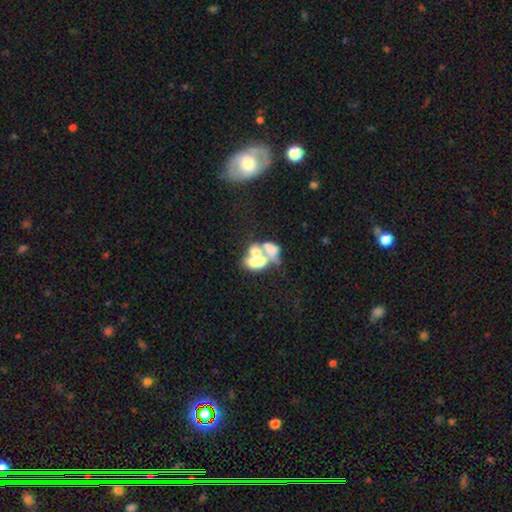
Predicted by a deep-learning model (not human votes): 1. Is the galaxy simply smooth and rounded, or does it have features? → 45% featured or disk, 42% smooth, 13% star or artifact.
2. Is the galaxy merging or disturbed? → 72% merger, 11% none, 11% major disturbance, 6% minor disturbance.